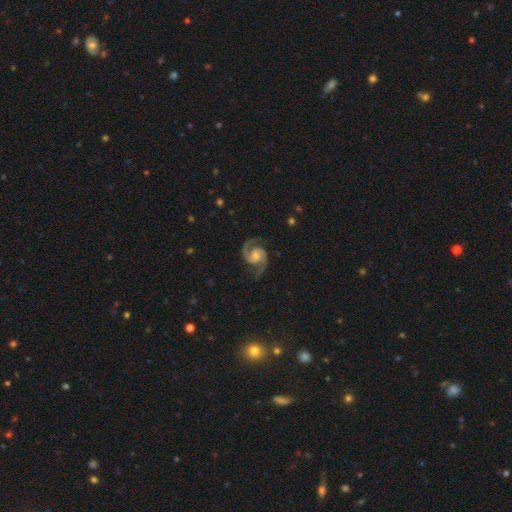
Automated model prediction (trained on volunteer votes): Smooth or featured: featured or disk — 93% (star or artifact — 4%)
Edge-on disk: no — 98% (yes — 2%)
Bar: no — 53% (weak — 37%)
Spiral arms: yes — 99% (no — 1%)
Spiral winding: medium — 63% (tight — 23%)
Spiral arm count: 2 — 95% (can't tell — 1%)
Bulge size: moderate — 44% (small — 27%)
Merging: none — 81% (minor disturbance — 13%)